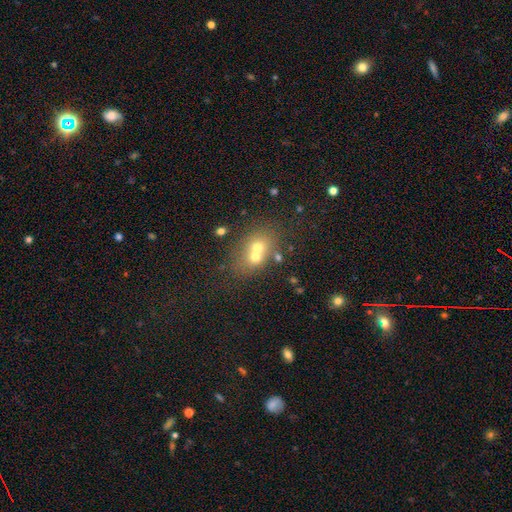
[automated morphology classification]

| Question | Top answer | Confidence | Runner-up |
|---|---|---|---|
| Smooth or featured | smooth | 57% | featured or disk (27%) |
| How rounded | round | 52% | in between (47%) |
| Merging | merger | 56% | none (32%) |